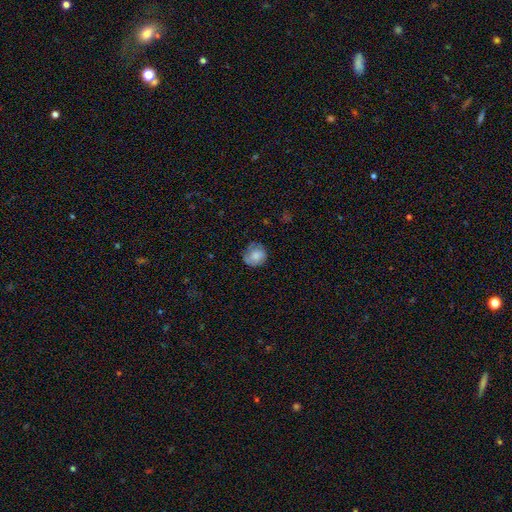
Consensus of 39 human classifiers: A smooth galaxy with no disk features (67%) that is round (96%). Merging: none (80%).